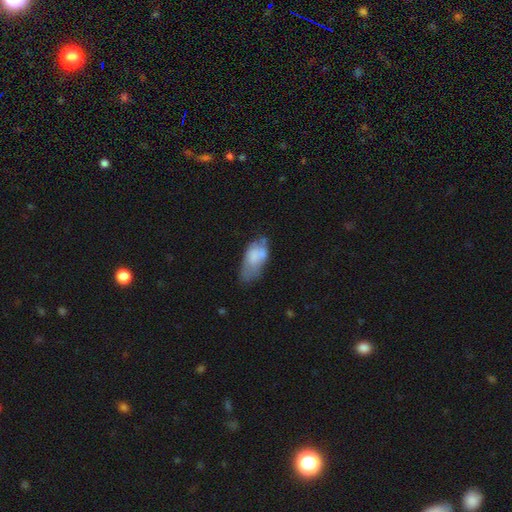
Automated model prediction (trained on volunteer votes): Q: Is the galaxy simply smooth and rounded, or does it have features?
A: smooth — 65%.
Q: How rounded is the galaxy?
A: in between — 91%.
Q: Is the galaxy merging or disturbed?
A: none — 34%, tied with minor disturbance.